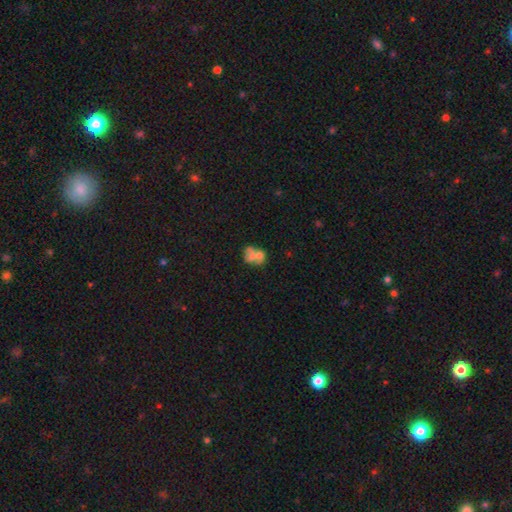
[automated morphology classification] This is possibly a smooth galaxy (59%). How rounded: possibly in between (53%). Merging: possibly merger (56%).